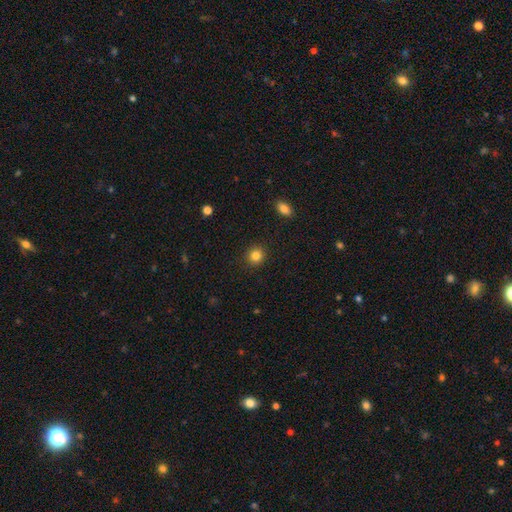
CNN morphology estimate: This appears to be a smooth galaxy with no disk features (84%) that is round (88%). Merging: none (91%).